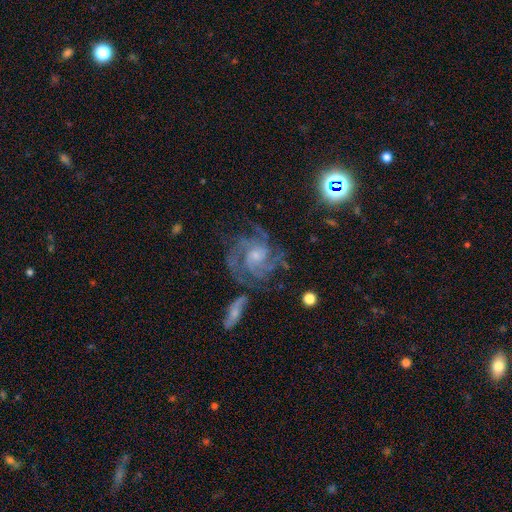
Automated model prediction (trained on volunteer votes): smooth-or-featured: featured or disk: 85% | star or artifact: 9% | smooth: 6%
  disk-edge-on: no: 97% | yes: 3%
    bar: no: 64% | weak: 30% | strong: 7%
    has-spiral-arms: yes: 97% | no: 3%
      spiral-winding: tight: 51% | medium: 41% | loose: 8%
      spiral-arm-count: 3: 32% | 4: 23% | can't tell: 18% | 2: 14% | more than 4: 7% | 1: 6%
    bulge-size: small: 52% | moderate: 34% | none: 8% | large: 4% | dominant: 1%
  merging: none: 67% | minor disturbance: 17% | major disturbance: 11% | merger: 5%